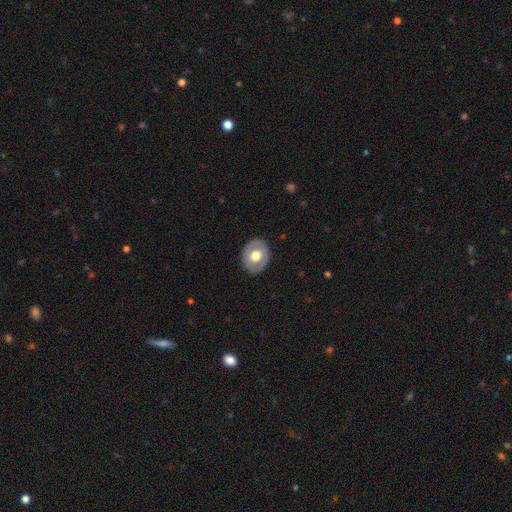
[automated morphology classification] Q: Smooth or featured?
A: smooth (53%); runner-up: featured or disk (42%)
Q: How rounded?
A: in between (55%); runner-up: round (44%)
Q: Merging?
A: none (86%); runner-up: minor disturbance (10%)